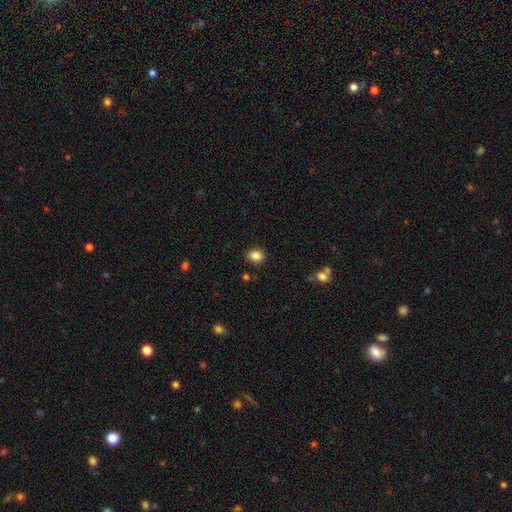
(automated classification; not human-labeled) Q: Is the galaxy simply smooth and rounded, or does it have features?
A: smooth — 86%.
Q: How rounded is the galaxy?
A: round — 62%.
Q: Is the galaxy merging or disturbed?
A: none — 89%.